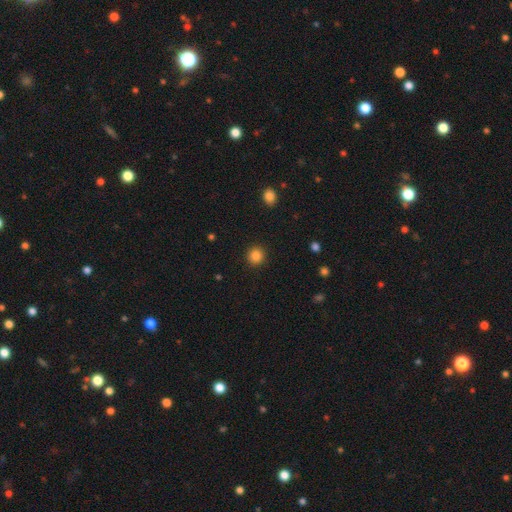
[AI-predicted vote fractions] smooth-or-featured: smooth: 86% | star or artifact: 11% | featured or disk: 4%
  how-rounded: round: 93% | in between: 6% | cigar-shaped: 1%
  merging: none: 92% | minor disturbance: 5% | major disturbance: 2% | merger: 1%